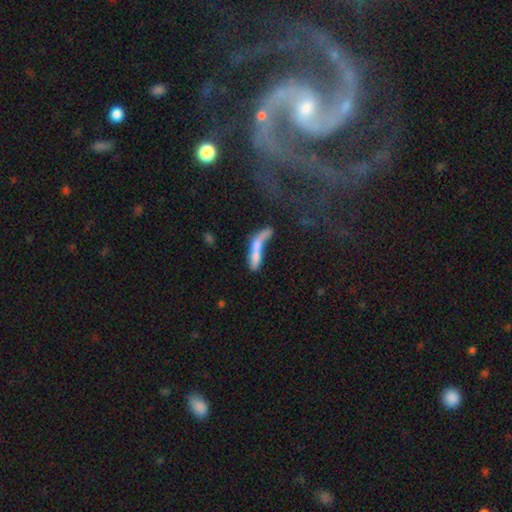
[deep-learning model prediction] Smooth or featured: smooth — 64% (featured or disk — 27%)
How rounded: cigar-shaped — 75% (in between — 22%)
Merging: merger — 49% (none — 20%)